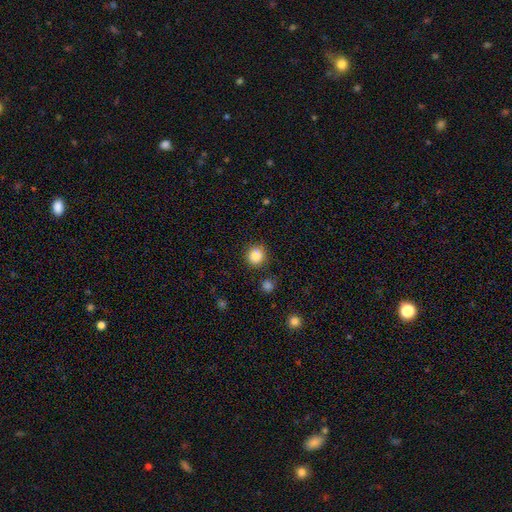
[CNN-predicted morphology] The model was most divided on "merging": none: 82%, minor disturbance: 10%, merger: 5%, major disturbance: 3%. More confident: how rounded — round (90%); smooth or featured — smooth (85%).